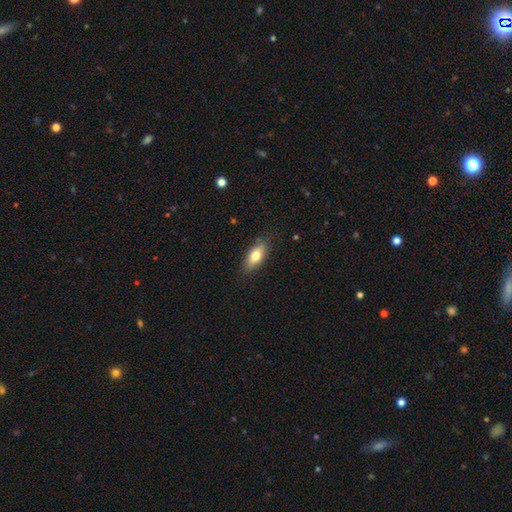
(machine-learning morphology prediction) This appears to be a smooth galaxy with no disk features (74%) that is in between round and cigar-shaped (79%). Merging: none (83%).